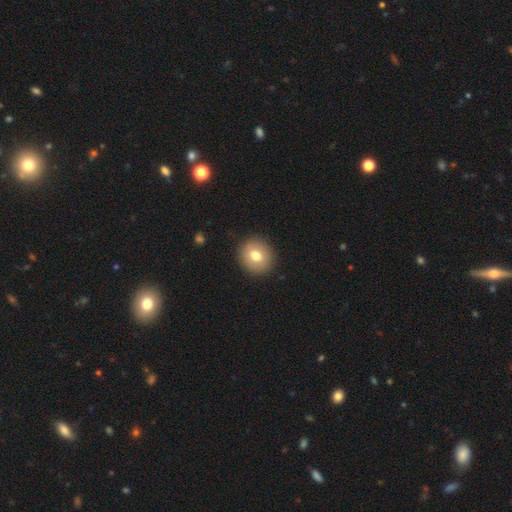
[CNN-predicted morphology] type=smooth (75%); roundness=round (85%); merging=none (91%).